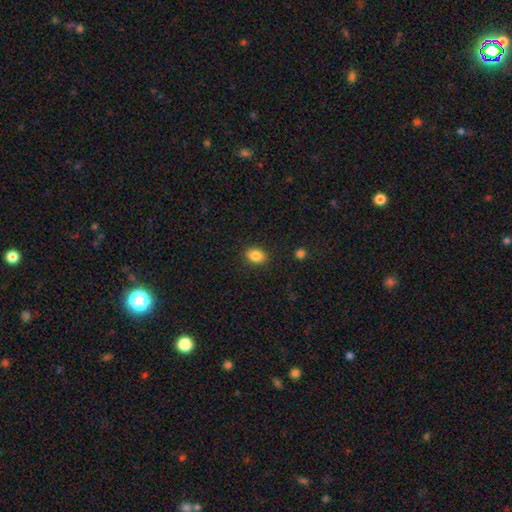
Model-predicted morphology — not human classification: This is clearly a smooth galaxy (86%). How rounded: likely in between (67%). Merging: clearly none (88%).